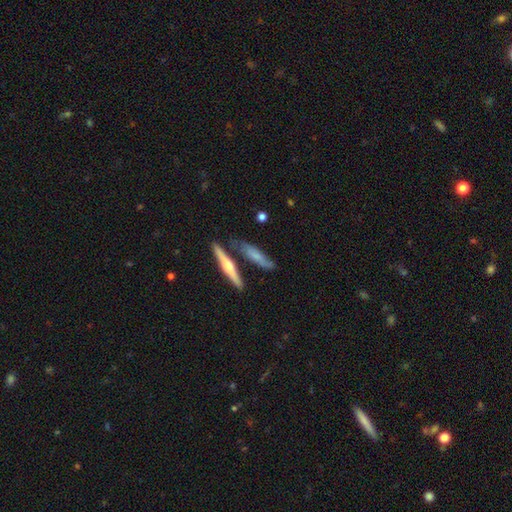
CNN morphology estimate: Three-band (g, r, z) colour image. It shows a featured or disk galaxy (53%) viewed edge-on (80%). Merging: none (65%).